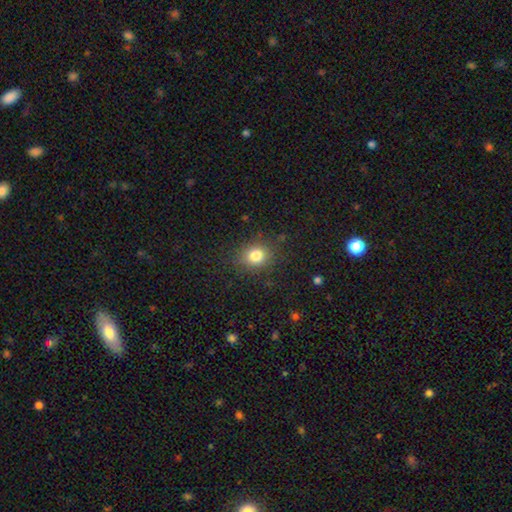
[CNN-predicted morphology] type=smooth (81%); roundness=round (73%); merging=none (85%).